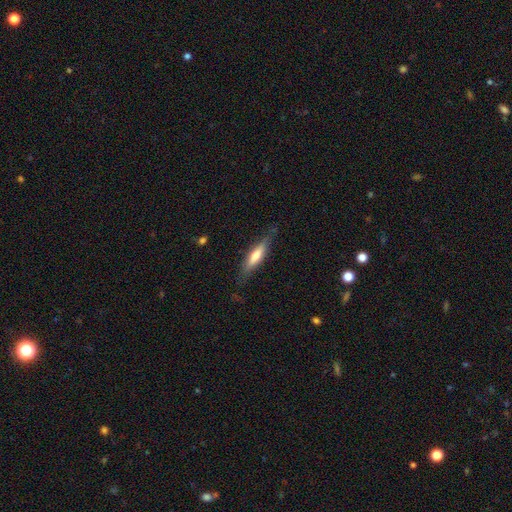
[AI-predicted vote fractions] smooth-or-featured: smooth: 56% | featured or disk: 38% | star or artifact: 6%
  how-rounded: cigar-shaped: 76% | in between: 23% | round: 1%
  merging: none: 78% | minor disturbance: 16% | major disturbance: 4% | merger: 1%